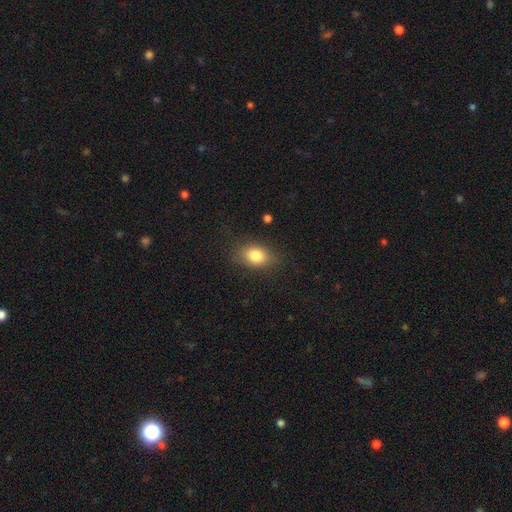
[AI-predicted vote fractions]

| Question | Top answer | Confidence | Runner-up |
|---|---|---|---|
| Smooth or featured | smooth | 81% | featured or disk (10%) |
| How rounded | in between | 79% | round (19%) |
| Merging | none | 81% | minor disturbance (14%) |